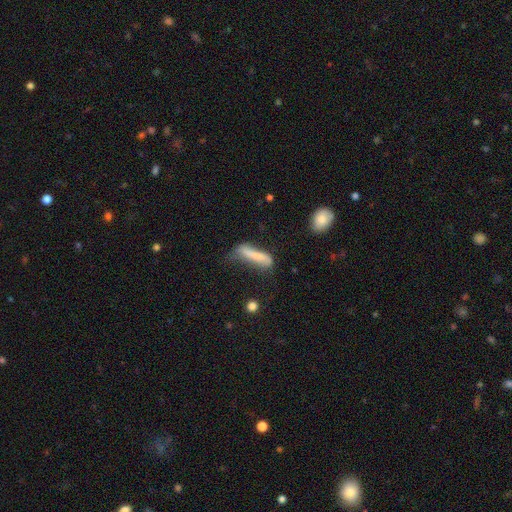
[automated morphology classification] Smooth or featured: smooth — 64% (featured or disk — 28%)
How rounded: cigar-shaped — 71% (in between — 26%)
Merging: minor disturbance — 33% (none — 32%)